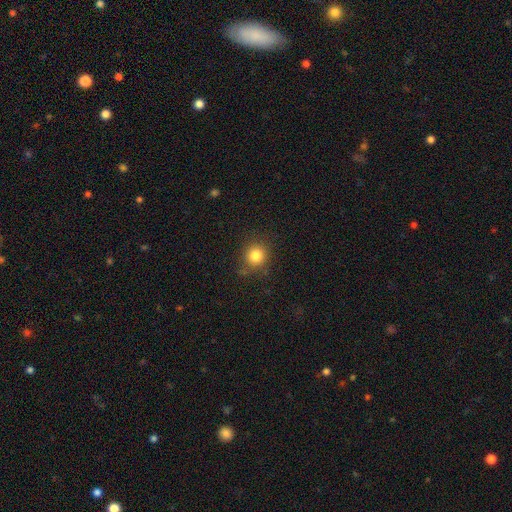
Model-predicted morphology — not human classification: The model was most divided on "merging": none: 81%, minor disturbance: 13%, major disturbance: 4%, merger: 2%. More confident: how rounded — round (88%); smooth or featured — smooth (82%).